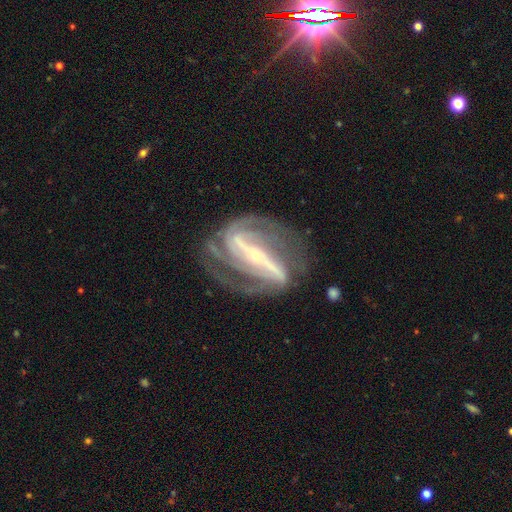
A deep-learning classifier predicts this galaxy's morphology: Smooth or featured? Predicted: featured or disk (p=0.92). Edge-on disk? Predicted: no (p=0.93). Bar? Predicted: strong (p=0.81). Spiral arms? Predicted: yes (p=0.97). Spiral winding? Predicted: medium (p=0.47). Spiral arm count? Predicted: 2 (p=0.55). Bulge size? Predicted: small (p=0.81). Merging? Predicted: none (p=0.67).